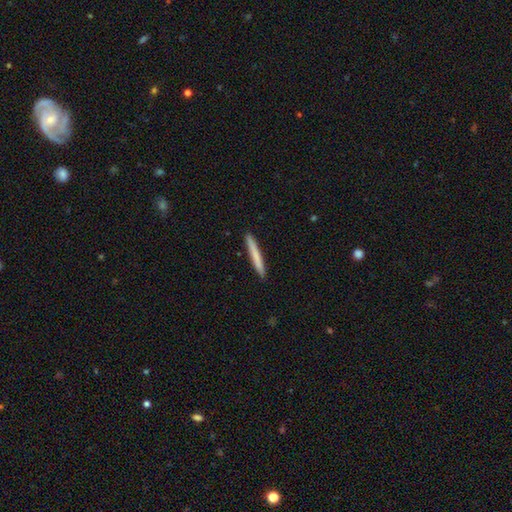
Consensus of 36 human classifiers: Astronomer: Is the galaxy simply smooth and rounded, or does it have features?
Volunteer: smooth — 69%.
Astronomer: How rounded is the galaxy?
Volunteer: cigar-shaped — 96%.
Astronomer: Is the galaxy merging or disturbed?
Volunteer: none — 97%.